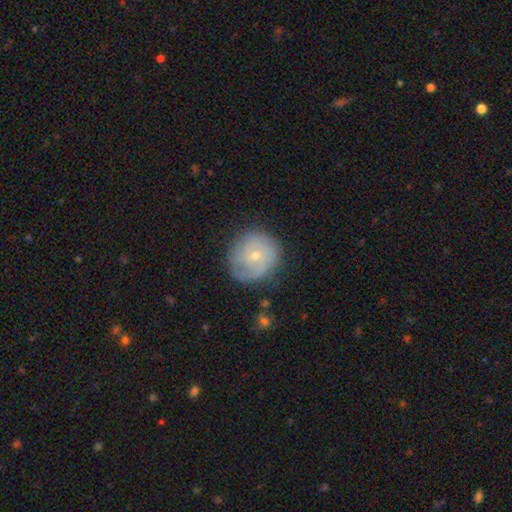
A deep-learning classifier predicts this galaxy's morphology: A featured or disk galaxy (62%) with no bar (69%), tight (60%) spiral arms (86%) and a small central bulge (66%).

Vote fractions:
- Smooth or featured? featured or disk: 62% / smooth: 30% / star or artifact: 8%
- Edge-on disk? no: 97% / yes: 3%
- Bar? no: 69% / weak: 27% / strong: 4%
- Spiral arms? yes: 86% / no: 14%
- Spiral winding? tight: 60% / medium: 29% / loose: 11%
- Spiral arm count? can't tell: 38% / 2: 28% / 3: 18% / 1: 7% / 4: 5% / more than 4: 4%
- Bulge size? small: 66% / moderate: 31% / none: 1% / large: 1% / dominant: 1%
- Merging? none: 76% / minor disturbance: 17% / major disturbance: 6% / merger: 2%